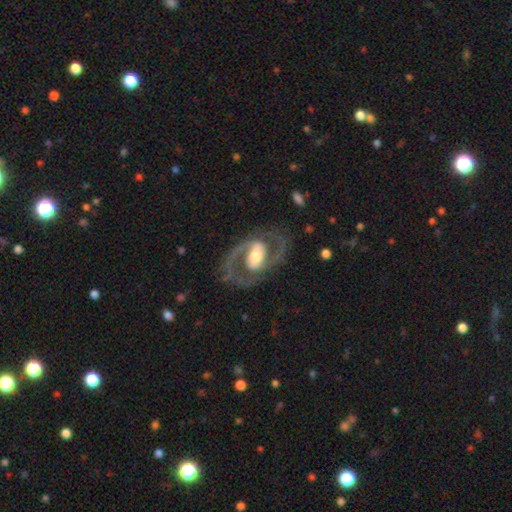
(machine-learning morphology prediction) smooth-or-featured: featured or disk: 88% | smooth: 8% | star or artifact: 4%
  disk-edge-on: no: 96% | yes: 4%
    bar: weak: 38% (tied) | strong: 38% (tied) | no: 24%
    has-spiral-arms: yes: 90% | no: 10%
      spiral-winding: medium: 60% | tight: 20% | loose: 20%
      spiral-arm-count: 2: 91% | can't tell: 3% | 1: 2% | 3: 1% | 4: 1% | more than 4: 1%
    bulge-size: moderate: 59% | large: 23% | small: 14% | dominant: 2% | none: 1%
  merging: none: 76% | minor disturbance: 12% | major disturbance: 10% | merger: 1%